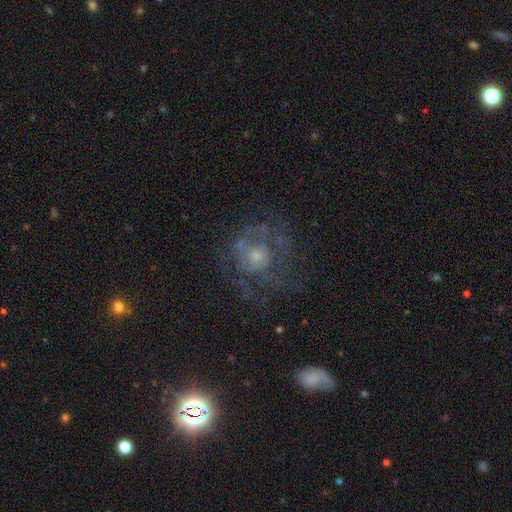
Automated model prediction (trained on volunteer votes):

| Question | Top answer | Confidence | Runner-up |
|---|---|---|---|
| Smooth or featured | featured or disk | 58% | smooth (24%) |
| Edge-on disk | no | 97% | yes (3%) |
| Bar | no | 85% | weak (12%) |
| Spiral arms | no | 50% | tied: yes (50%) |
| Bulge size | small | 50% | moderate (37%) |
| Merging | none | 58% | major disturbance (23%) |